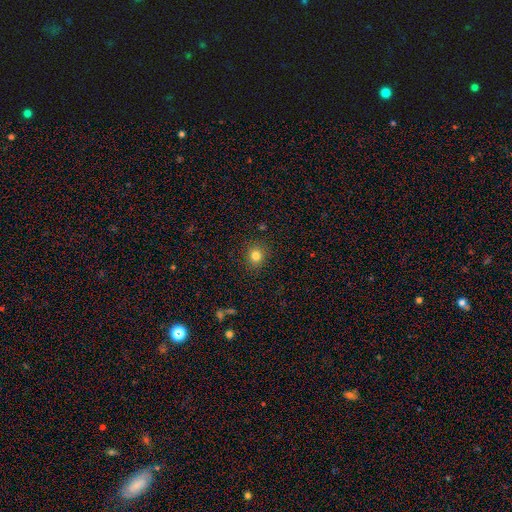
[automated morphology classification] smooth 82%, star or artifact 13%, featured or disk 6%. Down the decision tree: how rounded — round (82%); merging — none (89%).